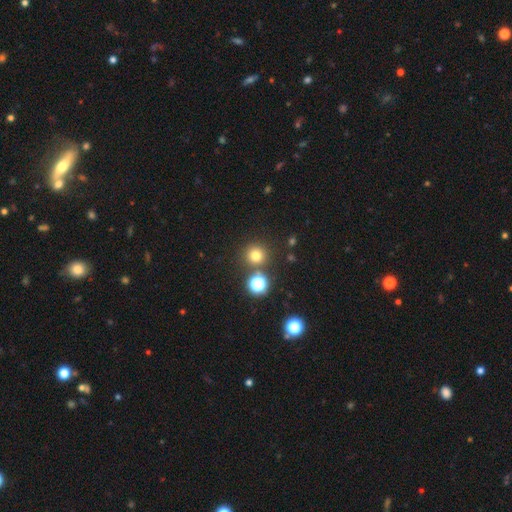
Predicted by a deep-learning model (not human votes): Q: Smooth or featured?
A: smooth (73%); runner-up: star or artifact (21%)
Q: How rounded?
A: round (94%); runner-up: in between (6%)
Q: Merging?
A: none (81%); runner-up: merger (9%)